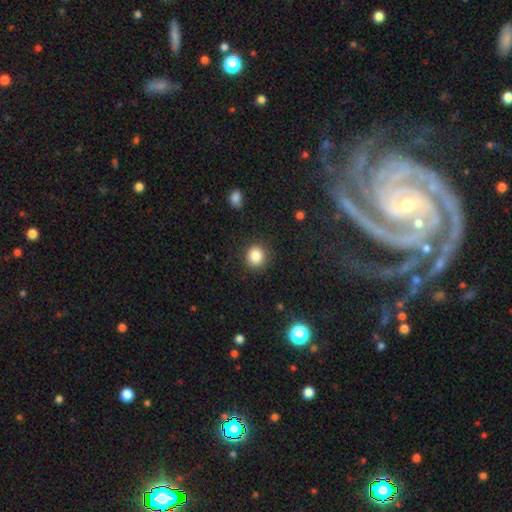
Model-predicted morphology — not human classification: smooth-or-featured: smooth: 86% | star or artifact: 10% | featured or disk: 5%
  how-rounded: round: 89% | in between: 10% | cigar-shaped: 1%
  merging: none: 87% | minor disturbance: 8% | major disturbance: 3% | merger: 1%